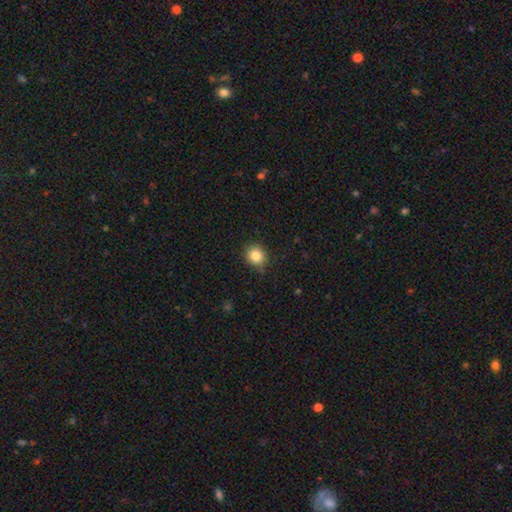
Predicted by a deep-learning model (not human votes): Q: Smooth or featured?
A: smooth (84%); runner-up: star or artifact (10%)
Q: How rounded?
A: round (80%); runner-up: in between (19%)
Q: Merging?
A: none (83%); runner-up: minor disturbance (13%)